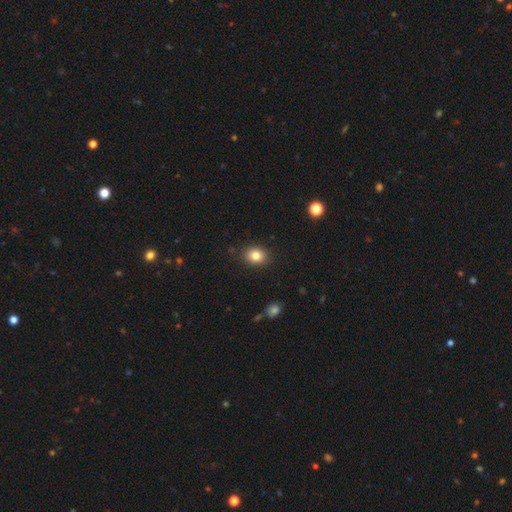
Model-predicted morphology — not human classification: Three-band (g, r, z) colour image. It shows a smooth galaxy with no disk features (83%) that is round (50%). Merging: none (87%).